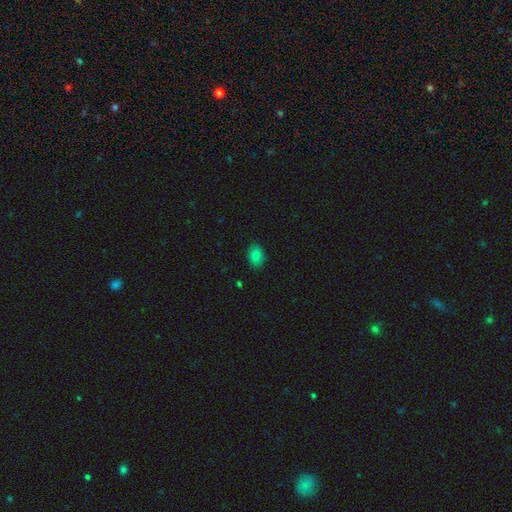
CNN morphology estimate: A smooth galaxy with no disk features (79%) that is in between round and cigar-shaped (74%).

Vote fractions:
- Smooth or featured? smooth: 79% / star or artifact: 11% / featured or disk: 10%
- How rounded? in between: 74% / round: 25% / cigar-shaped: 1%
- Merging? none: 88% / minor disturbance: 9% / major disturbance: 2% / merger: 1%